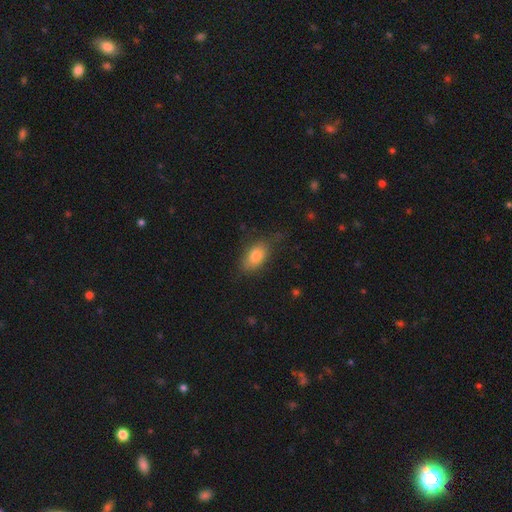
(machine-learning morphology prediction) The model was most divided on "merging": none: 67%, minor disturbance: 23%, major disturbance: 8%, merger: 2%. More confident: how rounded — in between (88%); smooth or featured — smooth (79%).